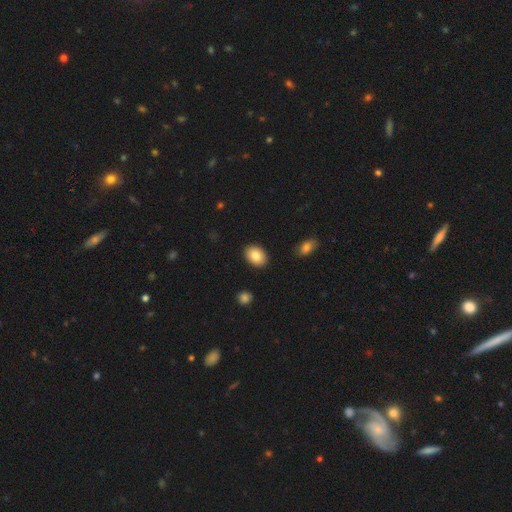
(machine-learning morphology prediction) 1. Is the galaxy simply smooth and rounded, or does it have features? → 84% smooth, 8% featured or disk, 7% star or artifact.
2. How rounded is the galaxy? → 78% in between, 21% round, 1% cigar-shaped.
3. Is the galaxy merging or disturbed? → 89% none, 8% minor disturbance, 2% major disturbance, 2% merger.